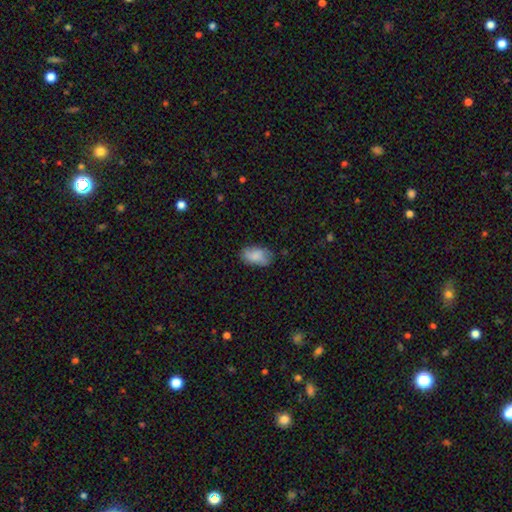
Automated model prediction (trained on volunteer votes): Overall: smooth (80%). How rounded: in between (92%). Merging: none (70%).